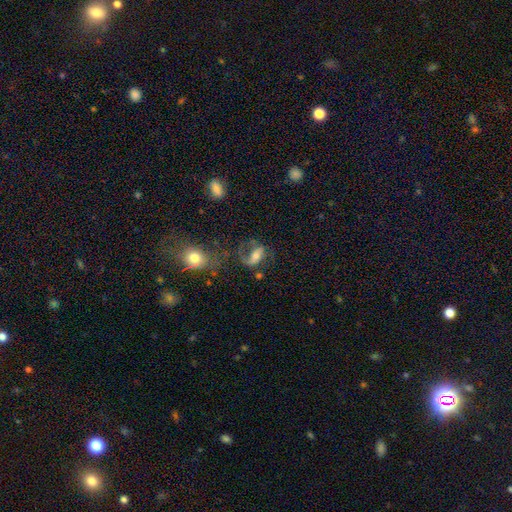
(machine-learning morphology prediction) This is likely a featured or disk galaxy (62%). It is clearly not viewed edge-on (93%). Bar: marginally strong (37%). Spiral arm pattern: likely yes (76%). Central bulge: possibly moderate (54%). Merging: marginally none (39%).